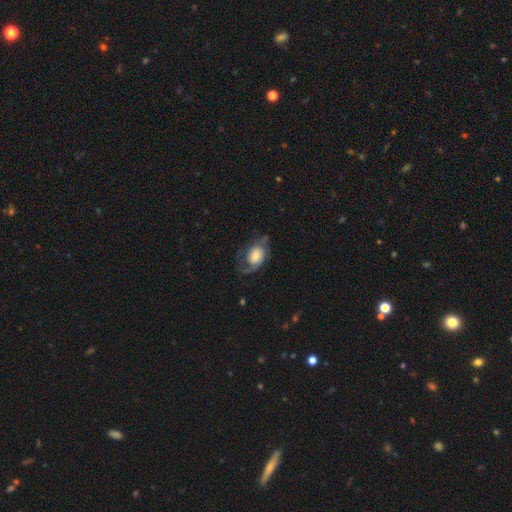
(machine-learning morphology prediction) The model was most divided on "bulge size": large: 35%, moderate: 31%, small: 19%, dominant: 8%, none: 6%. Remaining: edge-on disk — no (96%); spiral arms — yes (84%); bar — no (69%); smooth or featured — featured or disk (58%); merging — none (50%).